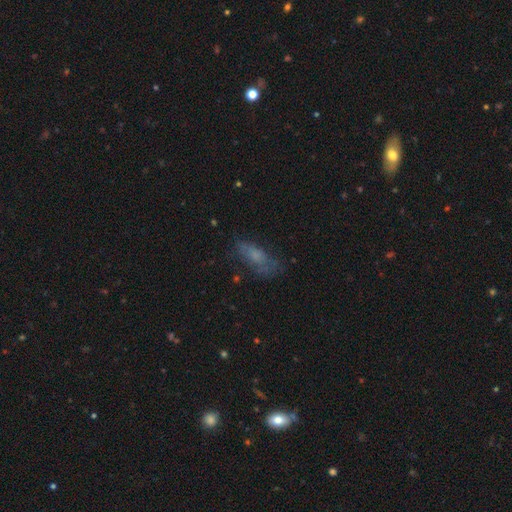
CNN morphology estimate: Smooth or featured?
  - smooth: 58% *
  - featured or disk: 28%
  - star or artifact: 14%
How rounded?
  - in between: 67% *
  - cigar-shaped: 30%
  - round: 3%
Merging?
  - none: 55% *
  - minor disturbance: 25%
  - major disturbance: 17%
  - merger: 3%